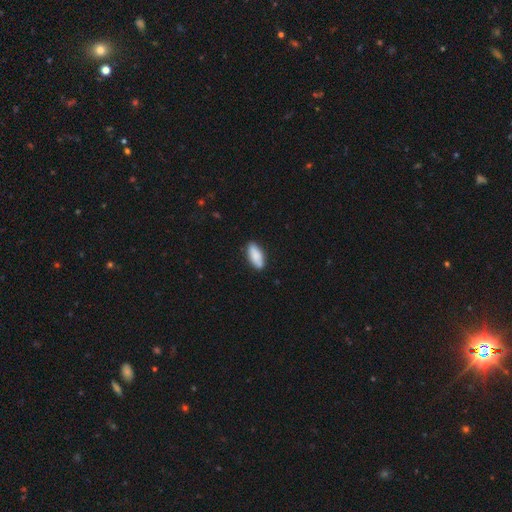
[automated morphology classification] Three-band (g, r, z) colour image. It shows a smooth galaxy with no disk features (86%) that is in between round and cigar-shaped (82%). Merging: none (84%).